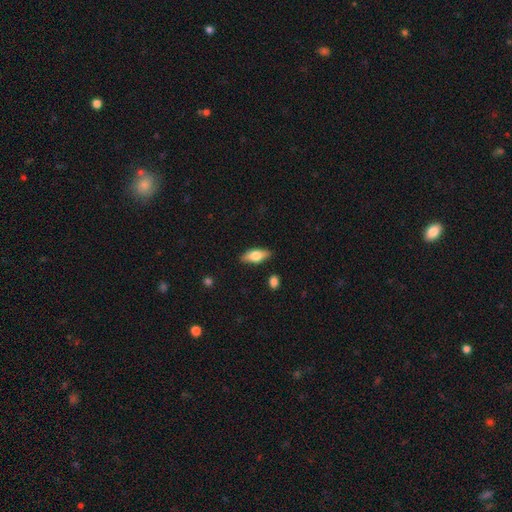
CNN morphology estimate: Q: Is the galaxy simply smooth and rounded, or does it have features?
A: smooth — 60%.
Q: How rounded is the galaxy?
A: in between — 72%.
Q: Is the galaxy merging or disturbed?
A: none — 85%.